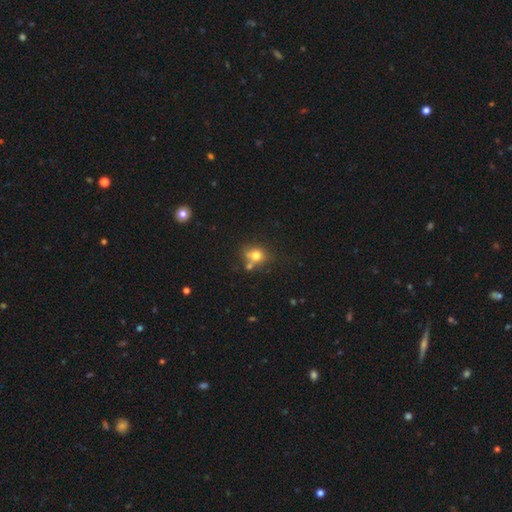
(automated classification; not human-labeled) smooth_or_featured: smooth (p=0.74) [alt: star or artifact p=0.13]
how_rounded: round (p=0.71) [alt: in between p=0.28]
merging: none (p=0.57) [alt: merger p=0.23]